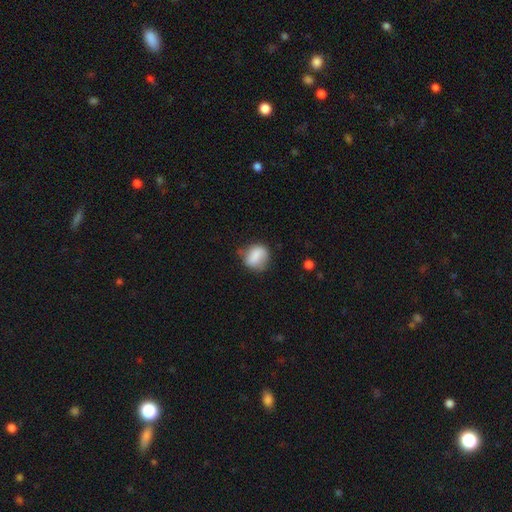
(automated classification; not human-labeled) smooth_or_featured: smooth (p=0.81) [alt: featured or disk p=0.11]
how_rounded: round (p=0.57) [alt: in between p=0.41]
merging: none (p=0.61) [alt: minor disturbance p=0.27]